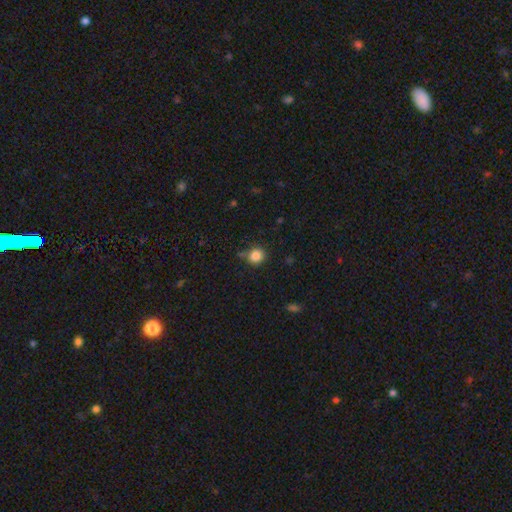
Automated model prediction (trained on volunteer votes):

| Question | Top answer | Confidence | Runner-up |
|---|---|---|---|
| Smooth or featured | smooth | 85% | star or artifact (11%) |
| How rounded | round | 90% | in between (9%) |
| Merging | none | 78% | minor disturbance (13%) |